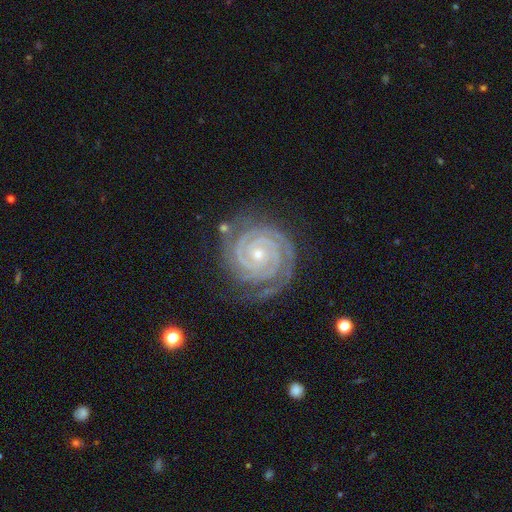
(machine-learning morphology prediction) Overall: featured or disk (91%). Edge-on disk: no (98%). Bar: no (69%). Spiral arms: yes (99%). Spiral arm count: 2 (60%). Spiral winding: tight (89%). Bulge size: small (72%). Merging: none (80%).